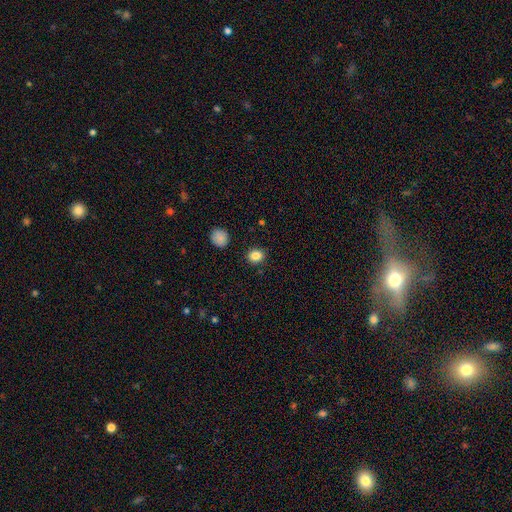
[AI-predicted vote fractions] Q: Smooth or featured?
A: smooth (84%); runner-up: star or artifact (10%)
Q: How rounded?
A: round (69%); runner-up: in between (30%)
Q: Merging?
A: none (89%); runner-up: minor disturbance (7%)